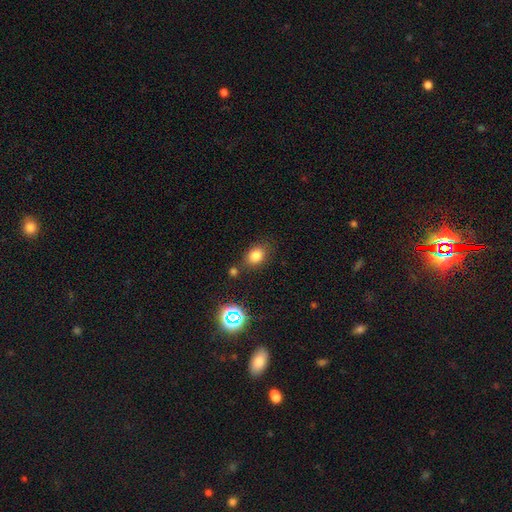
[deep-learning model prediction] A smooth galaxy with no disk features (77%) that is in between round and cigar-shaped (64%).

Vote fractions:
- Smooth or featured? smooth: 77% / star or artifact: 15% / featured or disk: 8%
- How rounded? in between: 64% / round: 35% / cigar-shaped: 1%
- Merging? none: 72% / minor disturbance: 15% / merger: 9% / major disturbance: 4%